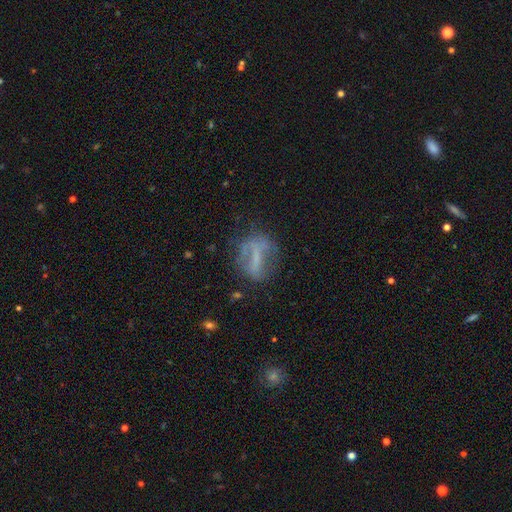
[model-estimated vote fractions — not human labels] smooth_or_featured: featured or disk (p=0.51) [alt: smooth p=0.34]
disk_edge_on: no (p=0.87) [alt: yes p=0.13]
merging: none (p=0.53) [alt: minor disturbance p=0.22]